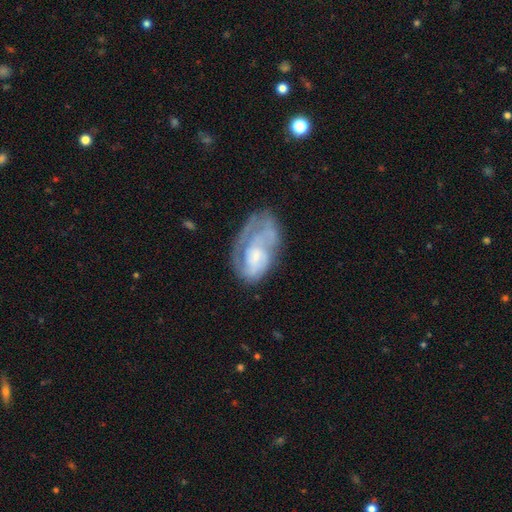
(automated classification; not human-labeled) smooth_or_featured: featured or disk (p=0.70) [alt: smooth p=0.23]
disk_edge_on: no (p=0.97) [alt: yes p=0.03]
bar: no (p=0.69) [alt: weak p=0.26]
has_spiral_arms: yes (p=0.79) [alt: no p=0.21]
spiral_winding: tight (p=0.50) [alt: medium p=0.34]
spiral_arm_count: can't tell (p=0.31) [alt: 2 p=0.29]
bulge_size: small (p=0.42) [alt: moderate p=0.28]
merging: none (p=0.43) [alt: major disturbance p=0.27]